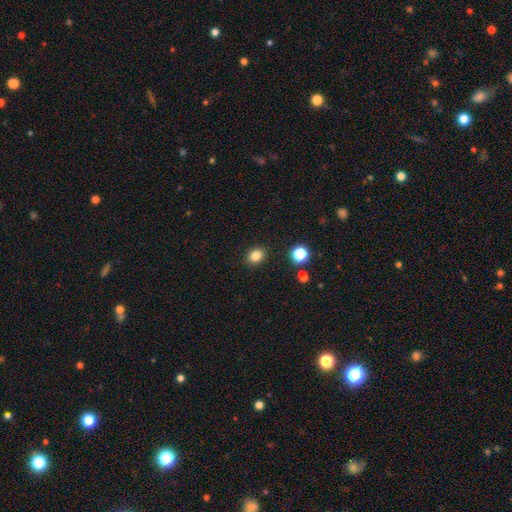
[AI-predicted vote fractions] Smooth or featured?
  - smooth: 82% *
  - star or artifact: 12%
  - featured or disk: 6%
How rounded?
  - round: 52% *
  - in between: 47%
  - cigar-shaped: 1%
Merging?
  - none: 89% *
  - minor disturbance: 7%
  - major disturbance: 2%
  - merger: 2%